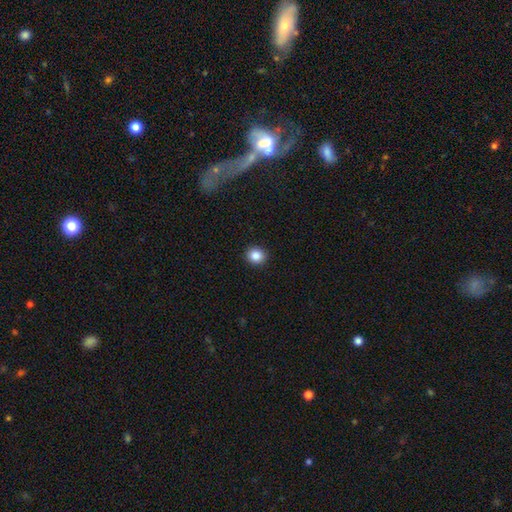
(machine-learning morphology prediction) A smooth galaxy with no disk features (86%) that is round (83%). Merging: none (92%).